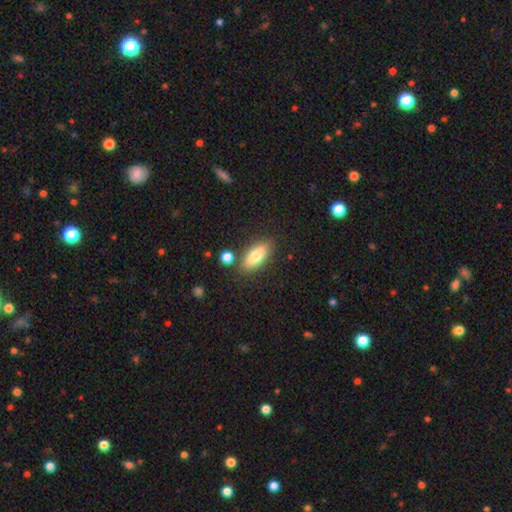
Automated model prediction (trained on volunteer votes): smooth_or_featured: smooth (p=0.77) [alt: featured or disk p=0.16]
how_rounded: in between (p=0.77) [alt: cigar-shaped p=0.20]
merging: none (p=0.80) [alt: minor disturbance p=0.11]